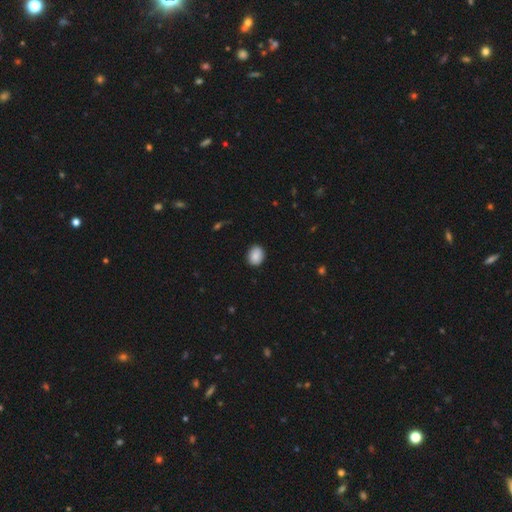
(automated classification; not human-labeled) A smooth galaxy with no disk features (88%) that is in between round and cigar-shaped (53%).

Vote fractions:
- Smooth or featured? smooth: 88% / star or artifact: 7% / featured or disk: 4%
- How rounded? in between: 53% / round: 47% / cigar-shaped: 1%
- Merging? none: 89% / minor disturbance: 8% / major disturbance: 2% / merger: 1%